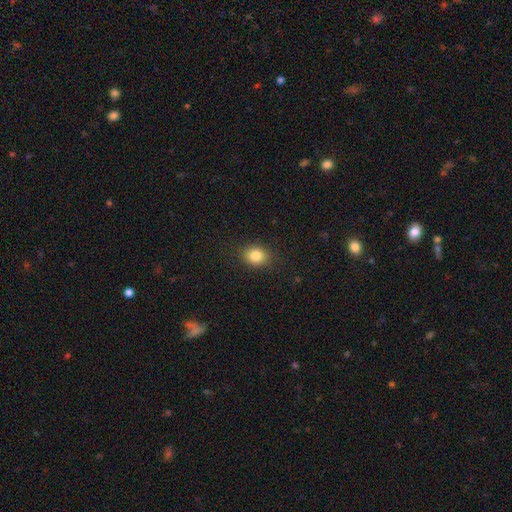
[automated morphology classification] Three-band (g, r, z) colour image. It shows a smooth galaxy with no disk features (84%) that is round (54%). Merging: none (88%).